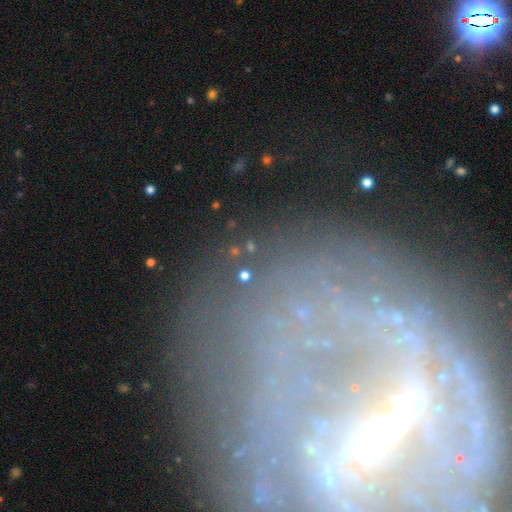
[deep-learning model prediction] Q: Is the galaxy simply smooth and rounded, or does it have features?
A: featured or disk — 52%.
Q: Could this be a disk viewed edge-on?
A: no — 86%.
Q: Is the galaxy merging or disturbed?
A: none — 66%.